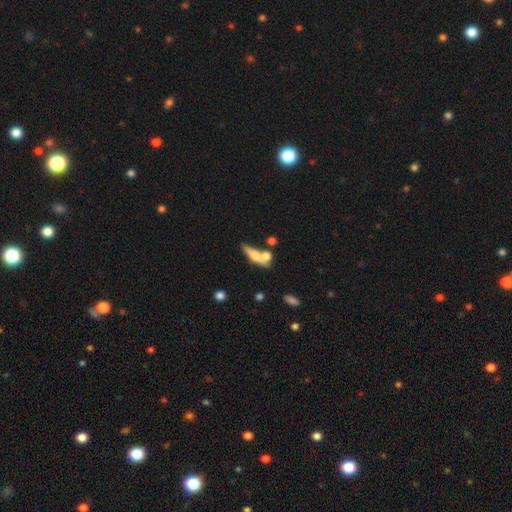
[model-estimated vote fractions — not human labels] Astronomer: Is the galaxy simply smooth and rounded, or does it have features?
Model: smooth — 51% (runner-up: featured or disk, 41%).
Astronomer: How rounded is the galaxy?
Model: cigar-shaped — 62%.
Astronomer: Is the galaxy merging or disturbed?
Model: none — 47% (runner-up: merger, 31%).